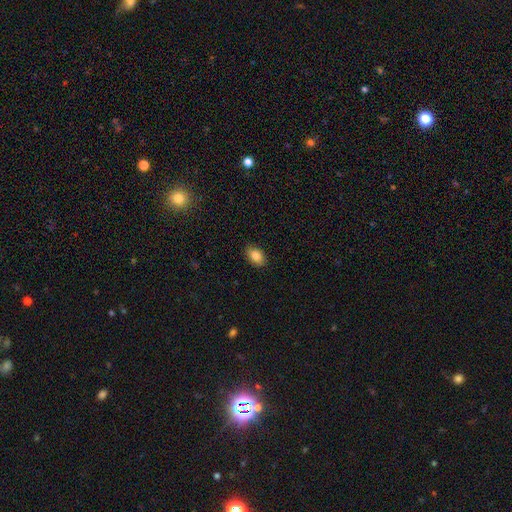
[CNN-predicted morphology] The model was most divided on "how rounded": in between: 87%, round: 11%, cigar-shaped: 2%. More confident: merging — none (88%); smooth or featured — smooth (85%).